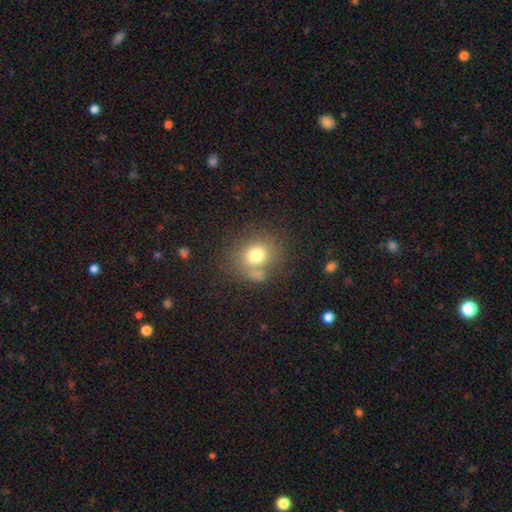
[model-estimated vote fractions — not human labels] Smooth or featured: smooth — 76% (featured or disk — 12%)
How rounded: round — 70% (in between — 29%)
Merging: none — 62% (minor disturbance — 15%)